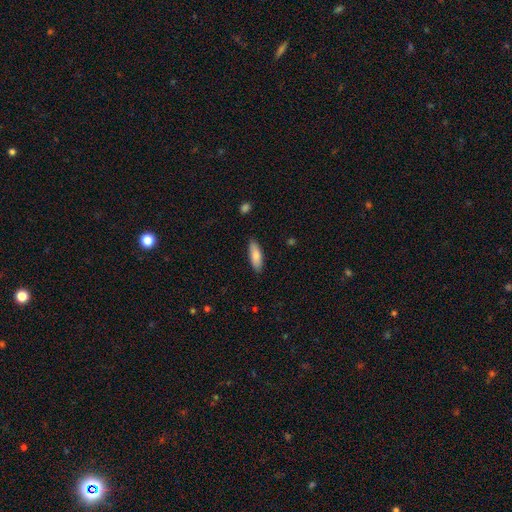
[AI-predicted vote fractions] smooth_or_featured: smooth (p=0.82) [alt: featured or disk p=0.12]
how_rounded: in between (p=0.60) [alt: cigar-shaped p=0.38]
merging: none (p=0.86) [alt: minor disturbance p=0.11]